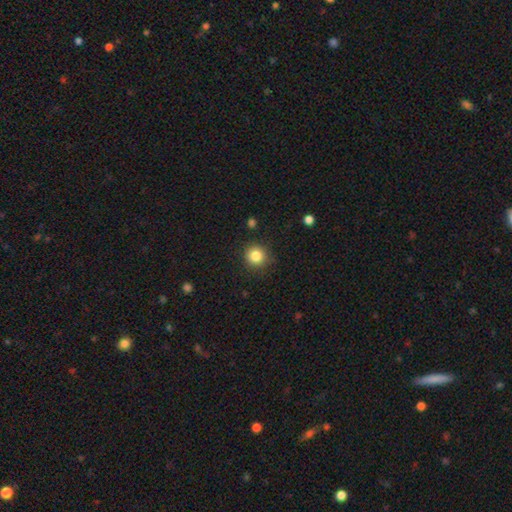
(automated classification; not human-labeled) A smooth galaxy with no disk features (84%) that is round (94%). Merging: none (89%).